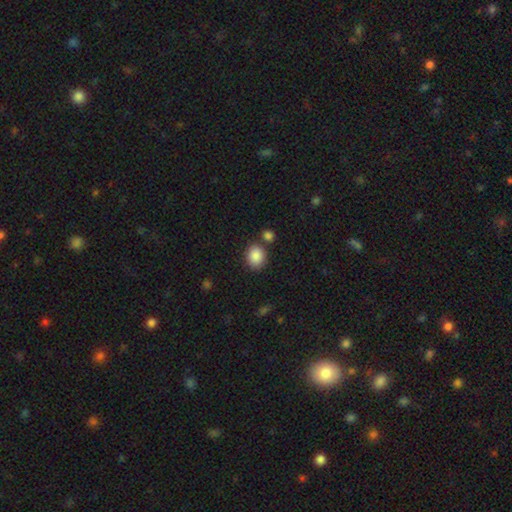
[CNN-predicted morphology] Smooth or featured: smooth — 88% (star or artifact — 8%)
How rounded: round — 53% (in between — 47%)
Merging: none — 75% (merger — 11%)